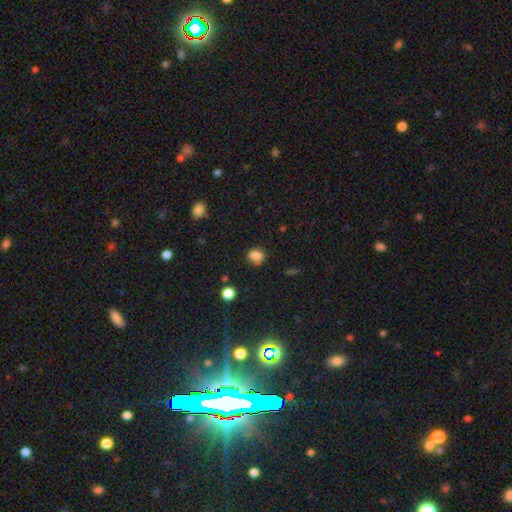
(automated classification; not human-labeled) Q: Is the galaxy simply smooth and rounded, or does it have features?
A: smooth — 82%.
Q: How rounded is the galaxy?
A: round — 63%.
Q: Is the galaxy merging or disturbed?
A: none — 67%.